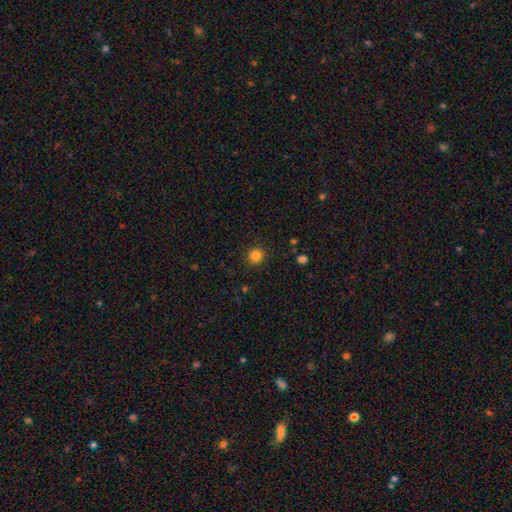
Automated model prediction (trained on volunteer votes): This appears to be a smooth galaxy with no disk features (83%) that is round (91%). Merging: none (90%).